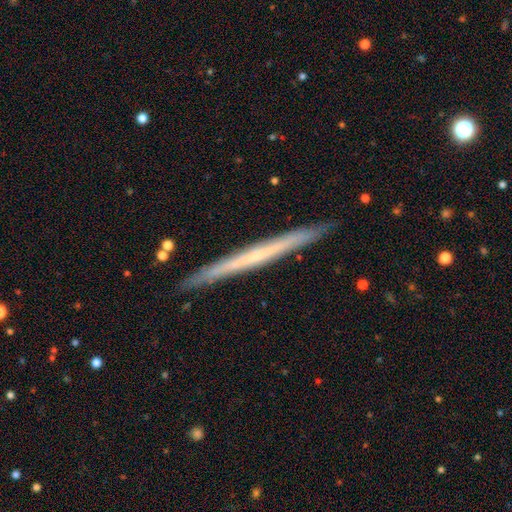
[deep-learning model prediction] smooth-or-featured: featured or disk: 60% | smooth: 34% | star or artifact: 6%
  disk-edge-on: yes: 97% | no: 3%
    edge-on-bulge: none: 85% | rounded: 12% | boxy: 4%
  merging: none: 92% | minor disturbance: 6% | merger: 1% | major disturbance: 1%